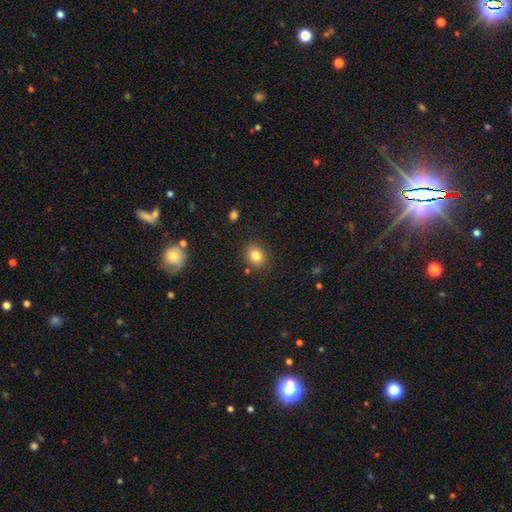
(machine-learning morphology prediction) smooth-or-featured: smooth: 83% | star or artifact: 11% | featured or disk: 7%
  how-rounded: round: 63% | in between: 36% | cigar-shaped: 1%
  merging: none: 85% | minor disturbance: 9% | merger: 3% | major disturbance: 3%